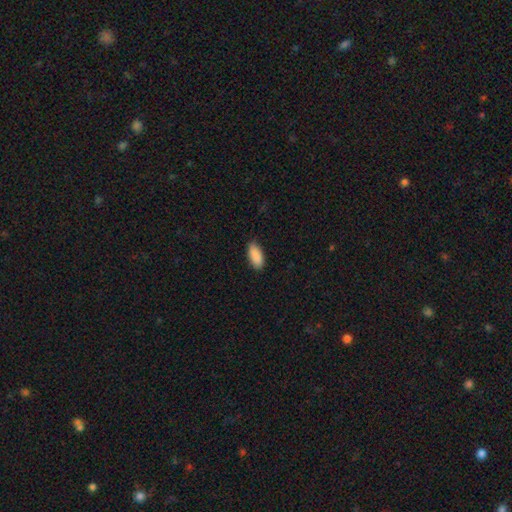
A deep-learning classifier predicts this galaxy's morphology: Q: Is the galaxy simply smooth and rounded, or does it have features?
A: smooth — 90%.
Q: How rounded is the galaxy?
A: in between — 89%.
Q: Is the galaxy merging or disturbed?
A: none — 85%.